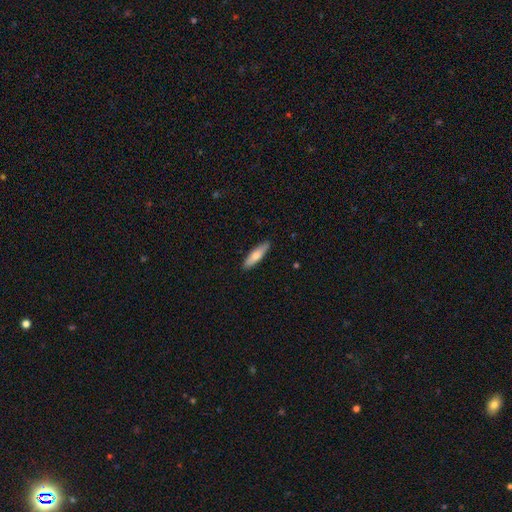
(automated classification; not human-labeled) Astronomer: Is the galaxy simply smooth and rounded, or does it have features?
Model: smooth — 67%.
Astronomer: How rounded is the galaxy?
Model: cigar-shaped — 67%.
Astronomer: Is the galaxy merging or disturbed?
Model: none — 89%.